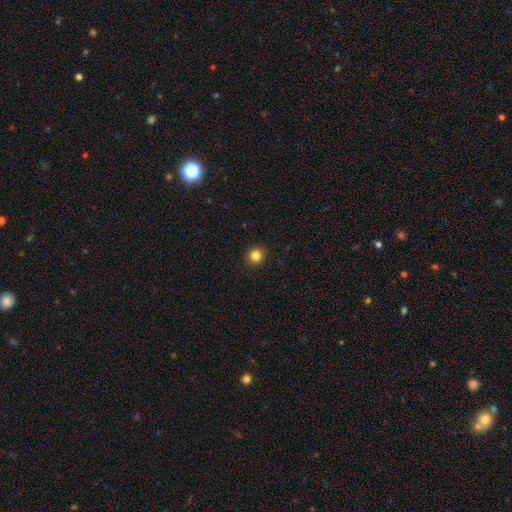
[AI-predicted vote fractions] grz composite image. It shows a smooth galaxy with no disk features (83%) that is round (92%). Merging: none (92%).